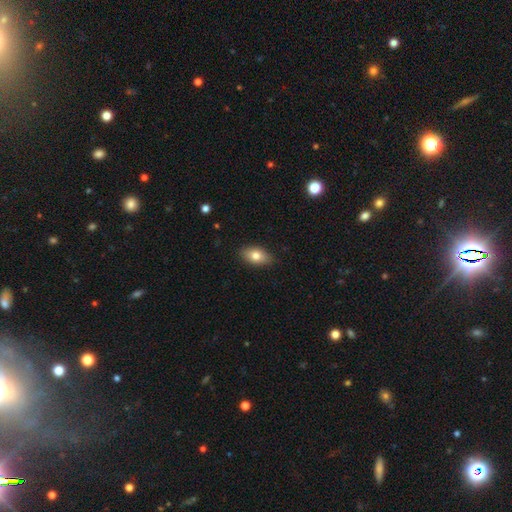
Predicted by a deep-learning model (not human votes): smooth 77%, featured or disk 15%, star or artifact 7%. Down the decision tree: how rounded — in between (90%); merging — none (87%).